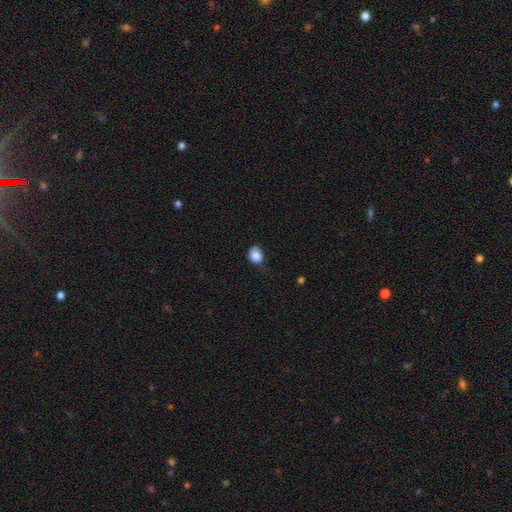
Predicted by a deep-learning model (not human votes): Q: Smooth or featured?
A: smooth (85%); runner-up: star or artifact (10%)
Q: How rounded?
A: round (66%); runner-up: in between (33%)
Q: Merging?
A: none (58%); runner-up: minor disturbance (33%)